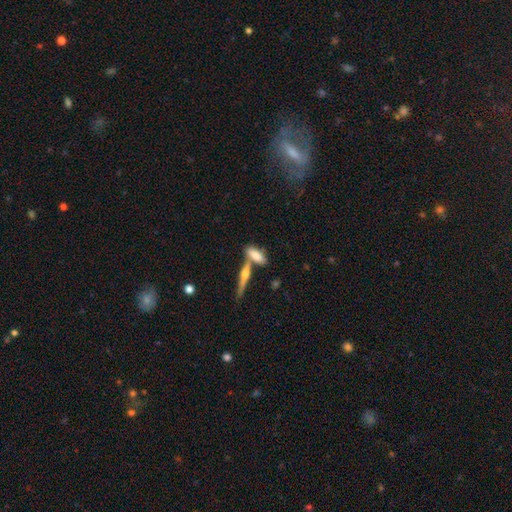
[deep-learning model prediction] Smooth or featured? smooth (68%)
How rounded? in between (65%)
Merging? none (50%)